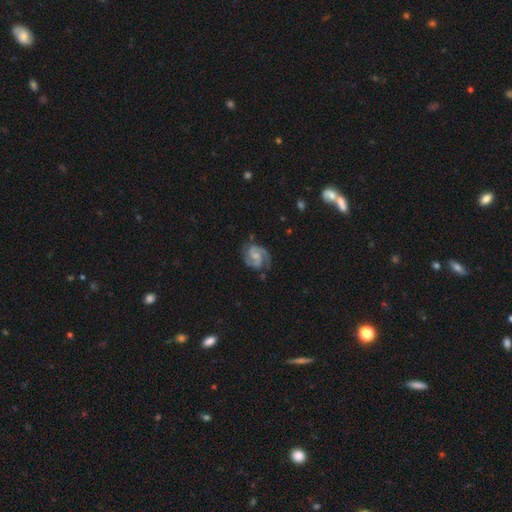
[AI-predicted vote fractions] smooth-or-featured: featured or disk: 88% | smooth: 7% | star or artifact: 5%
  disk-edge-on: no: 98% | yes: 2%
    bar: no: 47% | weak: 44% | strong: 9%
    has-spiral-arms: yes: 98% | no: 2%
      spiral-winding: medium: 52% | tight: 37% | loose: 11%
      spiral-arm-count: 2: 88% | 3: 4% | can't tell: 3% | 1: 2% | 4: 1% | more than 4: 1%
    bulge-size: small: 48% | moderate: 34% | none: 14% | large: 2% | dominant: 1%
  merging: none: 74% | minor disturbance: 18% | major disturbance: 6% | merger: 2%